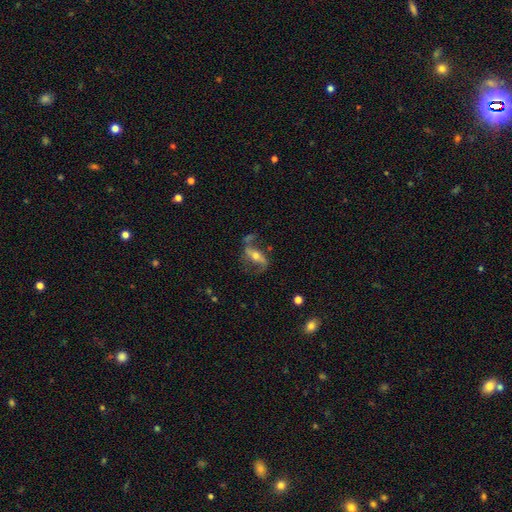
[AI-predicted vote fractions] Smooth or featured? Predicted: featured or disk (p=0.77). Edge-on disk? Predicted: no (p=0.79). Bar? Predicted: strong (p=0.51). Spiral arms? Predicted: yes (p=0.84). Spiral winding? Predicted: loose (p=0.69). Spiral arm count? Predicted: 2 (p=0.86). Bulge size? Predicted: moderate (p=0.58). Merging? Predicted: none (p=0.58).